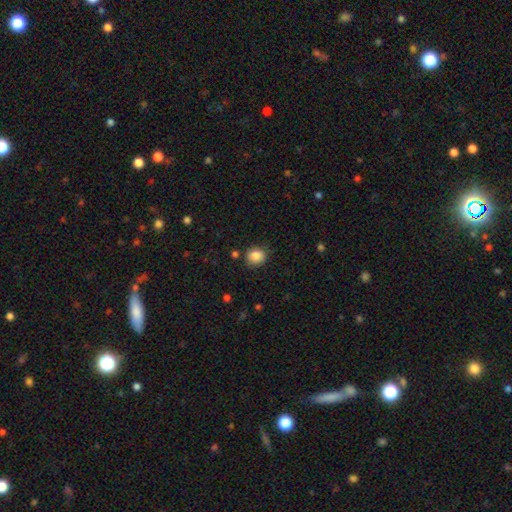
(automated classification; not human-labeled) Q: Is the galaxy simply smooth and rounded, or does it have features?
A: smooth — 85%.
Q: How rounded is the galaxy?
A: round — 74%.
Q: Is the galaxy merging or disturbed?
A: none — 79%.